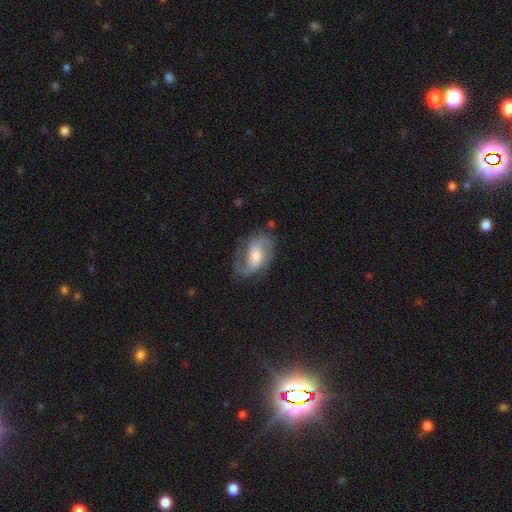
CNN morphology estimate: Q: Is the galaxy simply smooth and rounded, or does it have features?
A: featured or disk — 83%.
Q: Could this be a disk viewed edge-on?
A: no — 97%.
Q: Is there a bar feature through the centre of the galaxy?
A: weak — 43%.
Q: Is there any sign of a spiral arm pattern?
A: yes — 95%.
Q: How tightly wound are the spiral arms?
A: medium — 52%.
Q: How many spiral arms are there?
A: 2 — 87%.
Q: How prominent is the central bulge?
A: moderate — 51%.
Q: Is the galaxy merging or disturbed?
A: none — 72%.